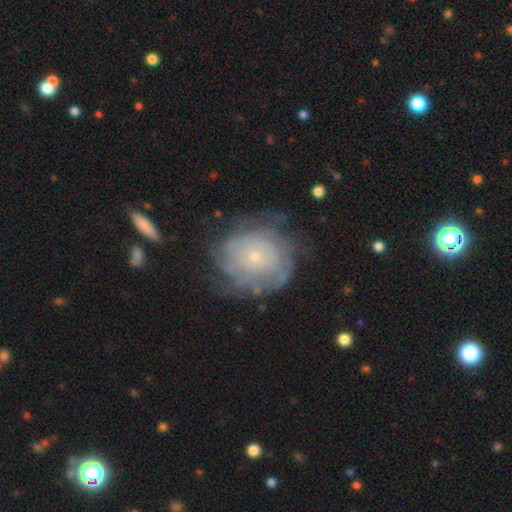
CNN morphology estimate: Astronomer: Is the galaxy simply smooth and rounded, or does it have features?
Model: featured or disk — 74%.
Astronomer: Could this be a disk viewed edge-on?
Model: no — 97%.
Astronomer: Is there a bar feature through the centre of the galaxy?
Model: no — 84%.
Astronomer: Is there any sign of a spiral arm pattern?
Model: yes — 87%.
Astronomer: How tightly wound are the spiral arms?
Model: tight — 75%.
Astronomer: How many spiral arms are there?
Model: can't tell — 53%.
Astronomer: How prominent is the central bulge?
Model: small — 82%.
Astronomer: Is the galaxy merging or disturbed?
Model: none — 67%.